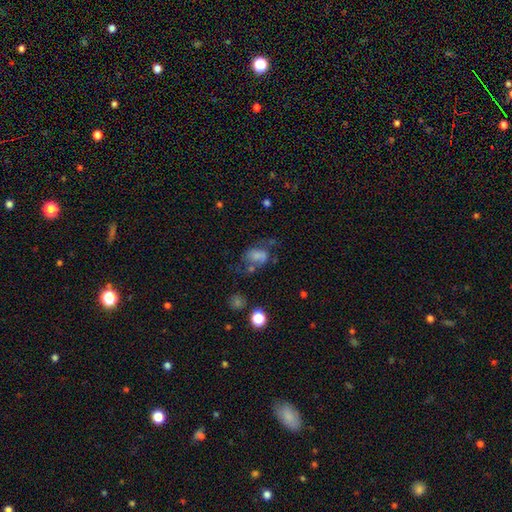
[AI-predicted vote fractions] Smooth or featured? Predicted: smooth (p=0.47). Merging? Predicted: none (p=0.35).